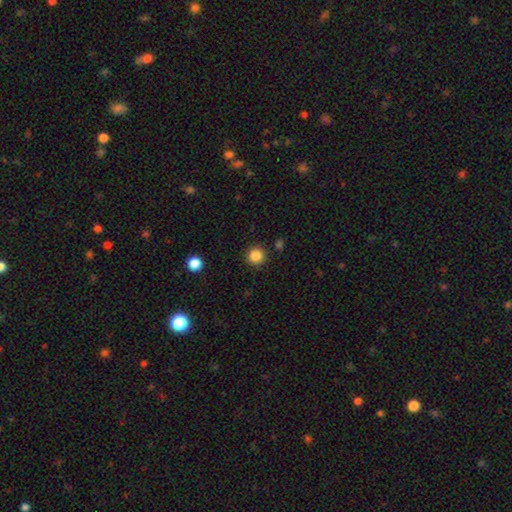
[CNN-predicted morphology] Overall: smooth (86%). How rounded: round (95%). Merging: none (90%).